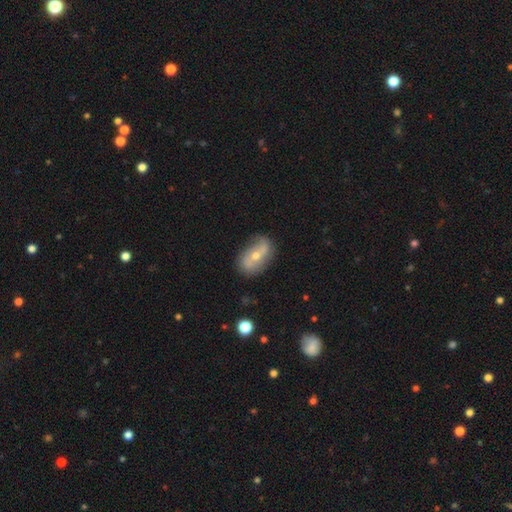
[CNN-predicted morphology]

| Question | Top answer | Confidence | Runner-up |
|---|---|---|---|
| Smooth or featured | featured or disk | 62% | smooth (30%) |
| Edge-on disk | no | 92% | yes (8%) |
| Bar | no | 51% | weak (30%) |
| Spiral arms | yes | 74% | no (26%) |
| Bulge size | moderate | 53% | small (43%) |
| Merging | none | 70% | minor disturbance (21%) |